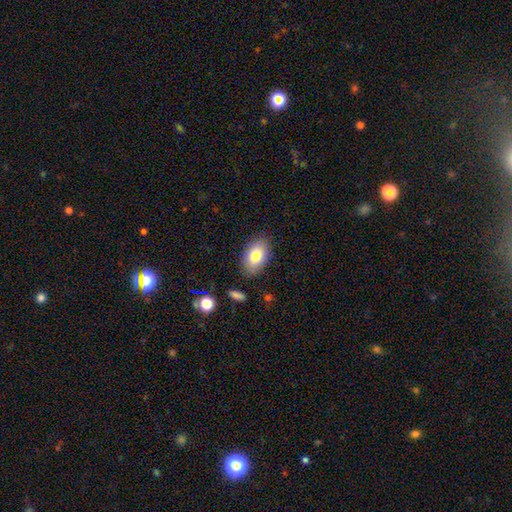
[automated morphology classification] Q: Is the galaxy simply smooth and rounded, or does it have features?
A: smooth — 81%.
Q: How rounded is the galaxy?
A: in between — 90%.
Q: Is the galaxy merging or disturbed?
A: none — 83%.